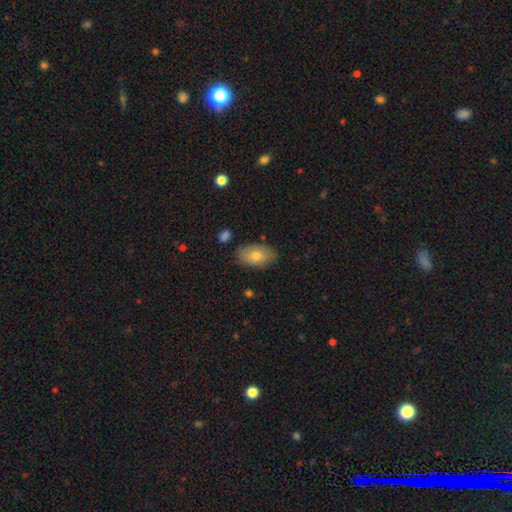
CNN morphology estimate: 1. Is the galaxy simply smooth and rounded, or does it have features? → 73% smooth, 20% featured or disk, 7% star or artifact.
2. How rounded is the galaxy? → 92% in between, 6% round, 2% cigar-shaped.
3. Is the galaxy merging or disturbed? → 82% none, 13% minor disturbance, 2% major disturbance, 2% merger.